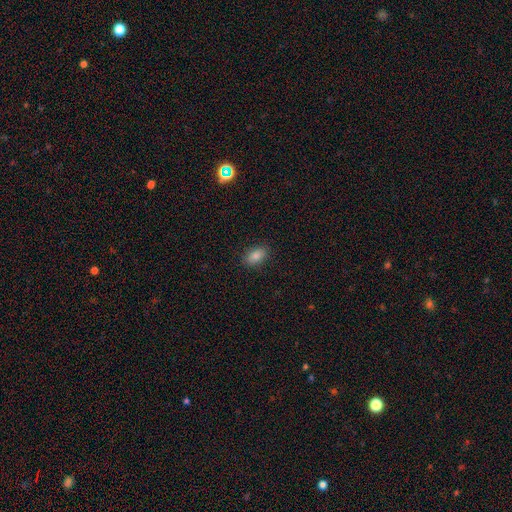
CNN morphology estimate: smooth_or_featured: smooth (p=0.84) [alt: star or artifact p=0.10]
how_rounded: in between (p=0.89) [alt: round p=0.09]
merging: none (p=0.88) [alt: minor disturbance p=0.09]